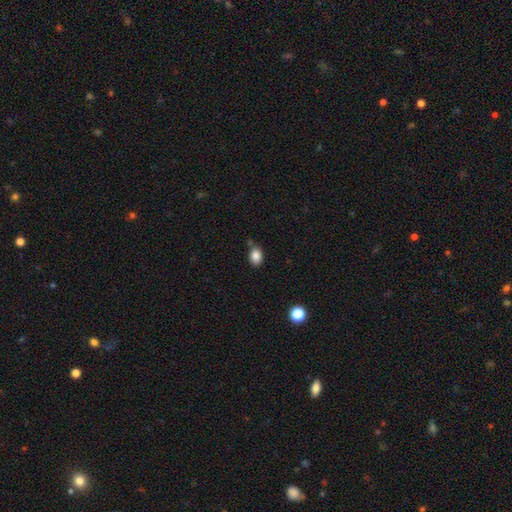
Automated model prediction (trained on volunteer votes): Smooth or featured? Predicted: smooth (p=0.86). How rounded? Predicted: in between (p=0.78). Merging? Predicted: none (p=0.74).